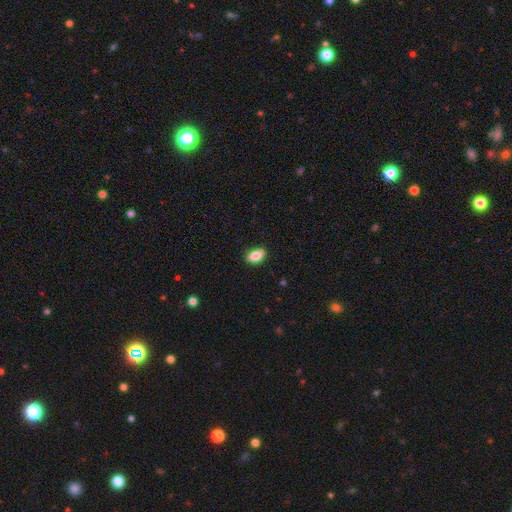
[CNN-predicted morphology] Smooth or featured? smooth (81%)
How rounded? in between (87%)
Merging? none (84%)